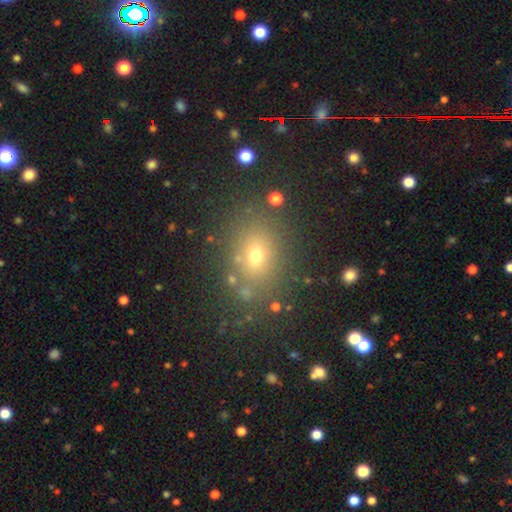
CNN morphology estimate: Smooth or featured? Predicted: smooth (p=0.62). How rounded? Predicted: in between (p=0.57). Merging? Predicted: none (p=0.80).